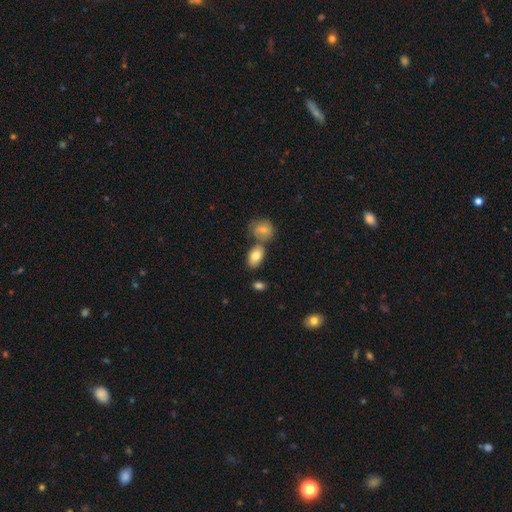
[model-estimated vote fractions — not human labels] Smooth or featured? smooth (80%)
How rounded? in between (90%)
Merging? none (58%)